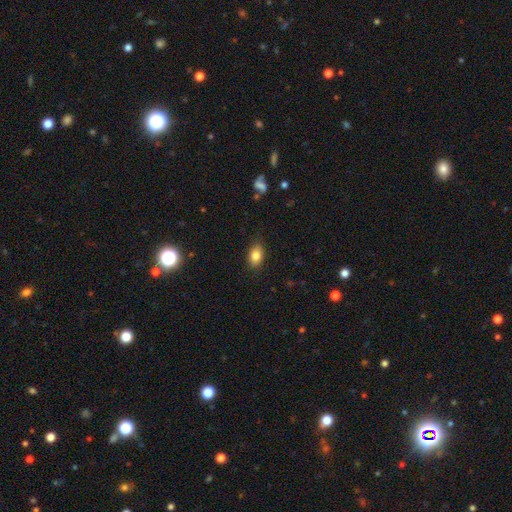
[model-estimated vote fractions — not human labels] Smooth or featured?
  - smooth: 84% *
  - star or artifact: 9%
  - featured or disk: 8%
How rounded?
  - in between: 86% *
  - round: 12%
  - cigar-shaped: 2%
Merging?
  - none: 86% *
  - minor disturbance: 11%
  - major disturbance: 2%
  - merger: 1%